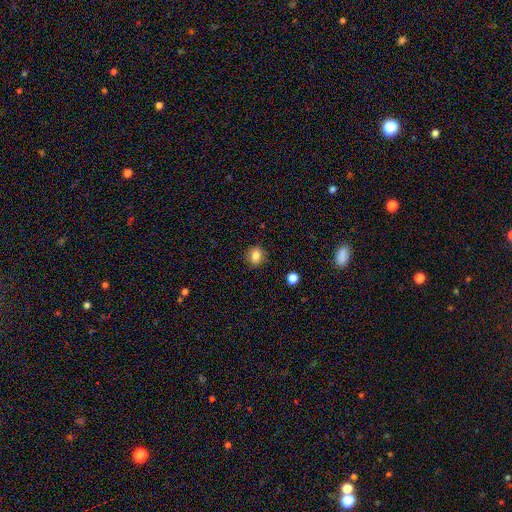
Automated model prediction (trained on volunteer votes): A smooth galaxy with no disk features (83%) that is round (68%).

Vote fractions:
- Smooth or featured? smooth: 83% / star or artifact: 11% / featured or disk: 6%
- How rounded? round: 68% / in between: 31% / cigar-shaped: 1%
- Merging? none: 85% / minor disturbance: 11% / major disturbance: 3% / merger: 1%